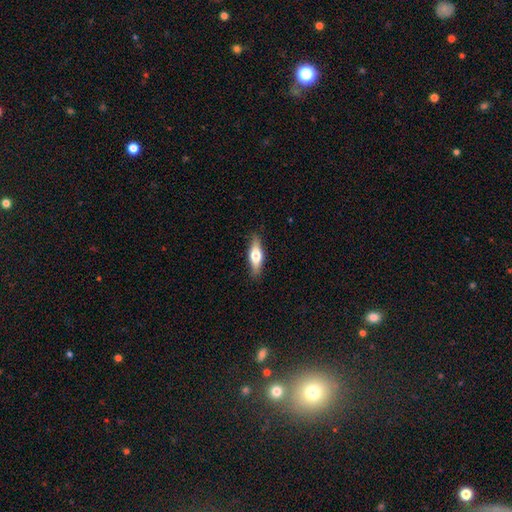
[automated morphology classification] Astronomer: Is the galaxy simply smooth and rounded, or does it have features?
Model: smooth — 49% (runner-up: featured or disk, 45%).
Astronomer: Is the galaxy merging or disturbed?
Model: none — 87%.